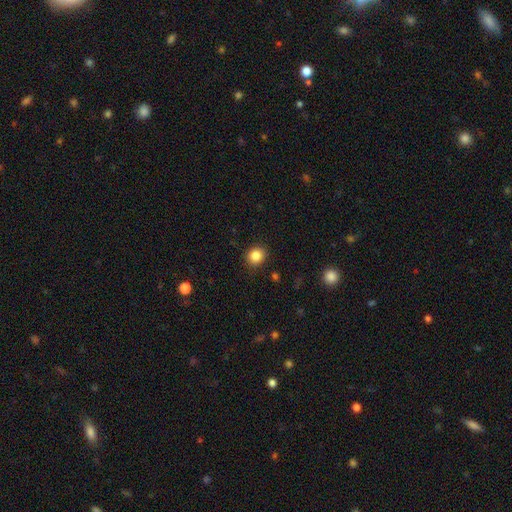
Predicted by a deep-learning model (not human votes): smooth_or_featured: smooth (p=0.85) [alt: star or artifact p=0.10]
how_rounded: round (p=0.80) [alt: in between p=0.19]
merging: none (p=0.90) [alt: minor disturbance p=0.07]